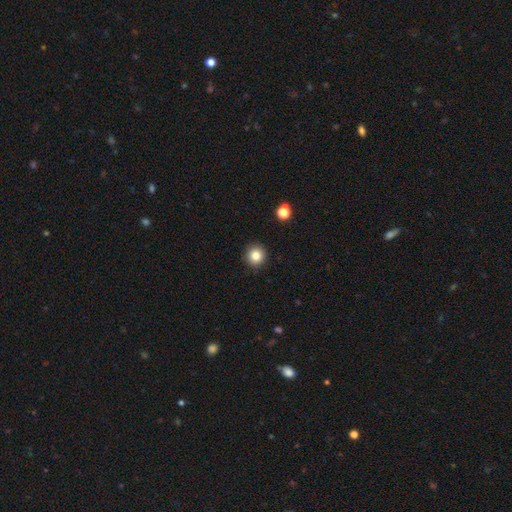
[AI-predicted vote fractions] Overall: smooth (83%). How rounded: round (94%). Merging: none (92%).